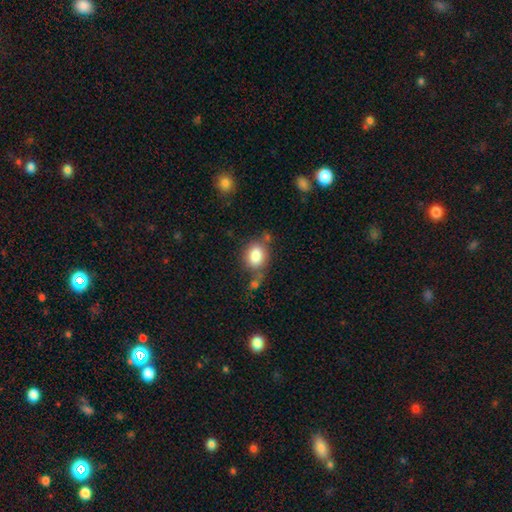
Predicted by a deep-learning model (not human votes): Q: Smooth or featured?
A: smooth (83%); runner-up: star or artifact (9%)
Q: How rounded?
A: in between (56%); runner-up: round (42%)
Q: Merging?
A: none (62%); runner-up: minor disturbance (18%)